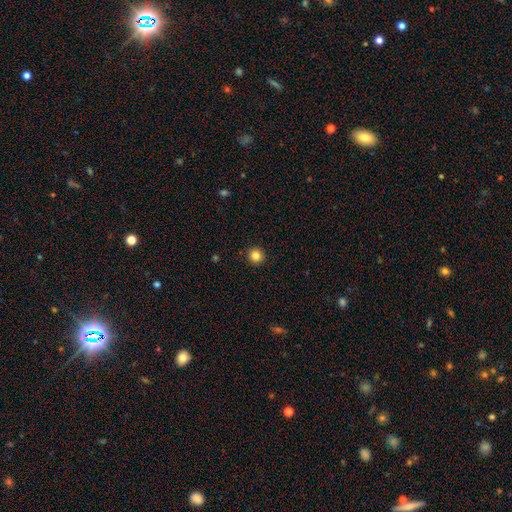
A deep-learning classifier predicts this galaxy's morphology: smooth-or-featured: smooth: 84% | star or artifact: 11% | featured or disk: 5%
  how-rounded: round: 95% | in between: 5% | cigar-shaped: 1%
  merging: none: 93% | minor disturbance: 5% | major disturbance: 2% | merger: 1%